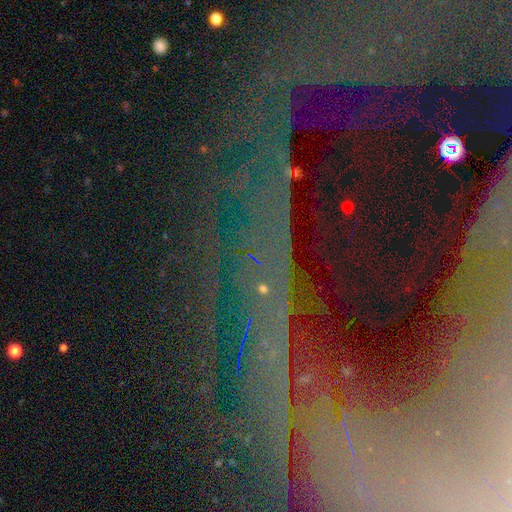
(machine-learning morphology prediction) A star or artifact, not a galaxy (81%).